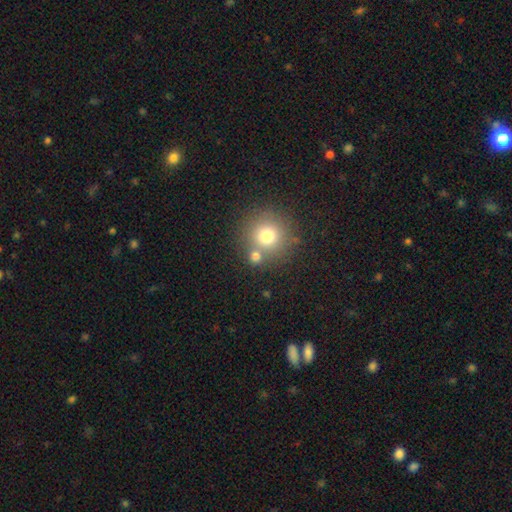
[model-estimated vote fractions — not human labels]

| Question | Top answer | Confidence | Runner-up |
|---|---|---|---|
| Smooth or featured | smooth | 75% | star or artifact (14%) |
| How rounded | round | 89% | in between (10%) |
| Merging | none | 62% | merger (26%) |